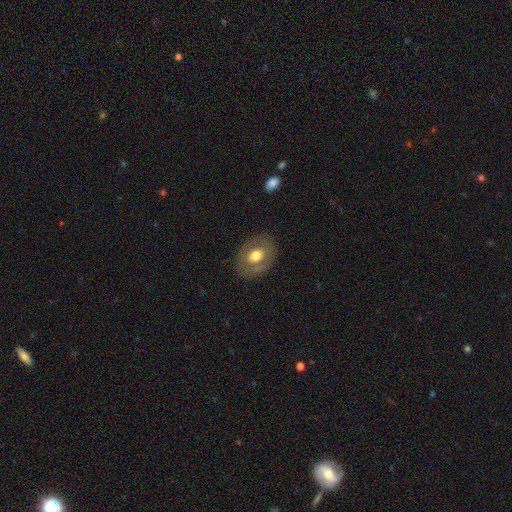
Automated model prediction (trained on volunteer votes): smooth_or_featured: smooth (p=0.55) [alt: featured or disk p=0.39]
how_rounded: in between (p=0.63) [alt: round p=0.36]
merging: none (p=0.81) [alt: minor disturbance p=0.12]